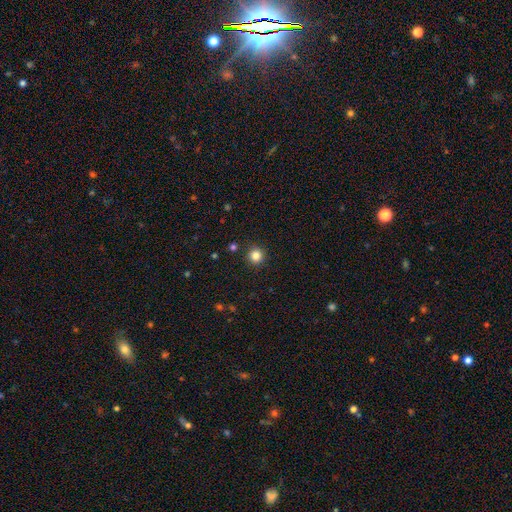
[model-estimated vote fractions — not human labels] A smooth galaxy with no disk features (83%) that is round (95%).

Vote fractions:
- Smooth or featured? smooth: 83% / star or artifact: 12% / featured or disk: 5%
- How rounded? round: 95% / in between: 4% / cigar-shaped: 1%
- Merging? none: 92% / minor disturbance: 5% / major disturbance: 2% / merger: 2%